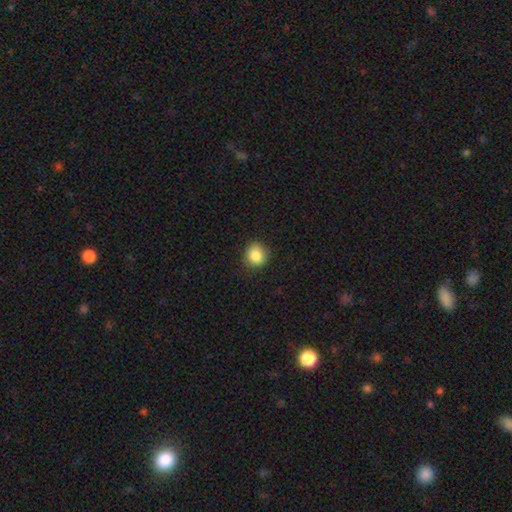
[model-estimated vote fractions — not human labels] This appears to be a smooth galaxy with no disk features (85%) that is round (83%). Merging: none (84%).